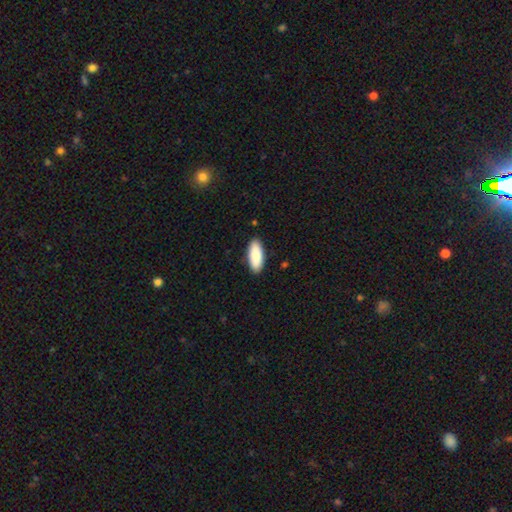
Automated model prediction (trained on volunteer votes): The model was most divided on "how rounded": in between: 82%, cigar-shaped: 16%, round: 2%. More confident: merging — none (89%); smooth or featured — smooth (89%).